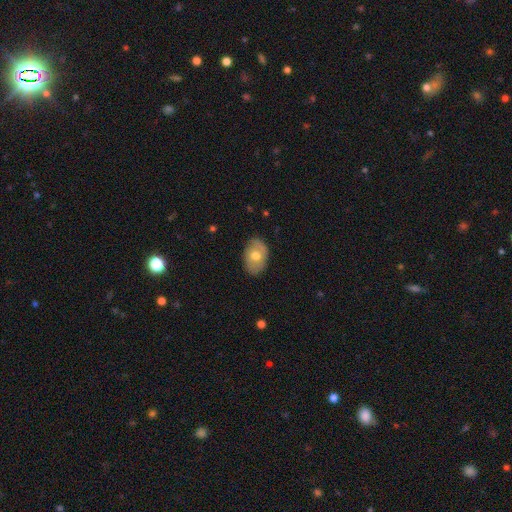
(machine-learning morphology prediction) This is possibly a smooth galaxy (59%). How rounded: likely in between (79%). Merging: likely none (74%).